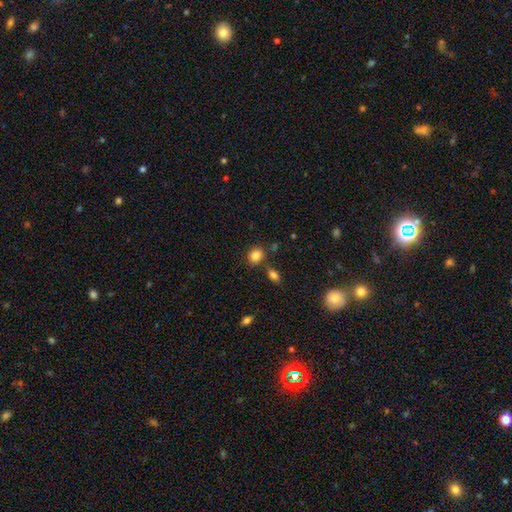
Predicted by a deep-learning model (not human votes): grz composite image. It shows a smooth galaxy with no disk features (85%) that is round (54%). Merging: none (76%).